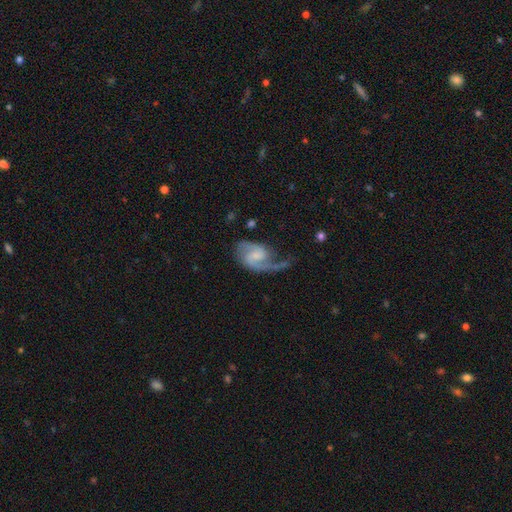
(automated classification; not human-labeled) This is clearly a featured or disk galaxy (83%). It is clearly not viewed edge-on (98%). Bar: possibly weak (54%). Spiral arm pattern: clearly yes (96%). Spiral arm count: likely 2 (74%). Spiral winding: possibly medium (48%). Central bulge: marginally small (39%). Merging: marginally none (43%).